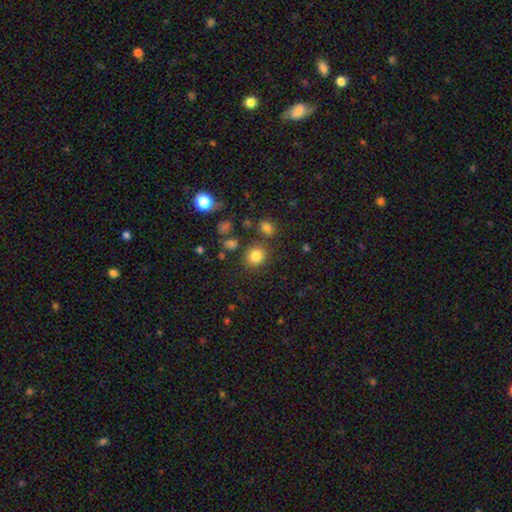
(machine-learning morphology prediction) A smooth galaxy with no disk features (82%) that is round (81%).

Vote fractions:
- Smooth or featured? smooth: 82% / star or artifact: 13% / featured or disk: 6%
- How rounded? round: 81% / in between: 18% / cigar-shaped: 1%
- Merging? none: 79% / minor disturbance: 10% / merger: 7% / major disturbance: 4%